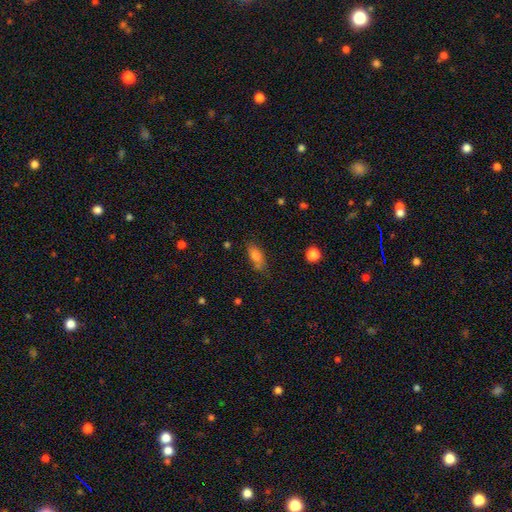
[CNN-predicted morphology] The model was most divided on "merging": none: 66%, minor disturbance: 21%, merger: 7%, major disturbance: 6%. More confident: how rounded — in between (79%); smooth or featured — smooth (78%).